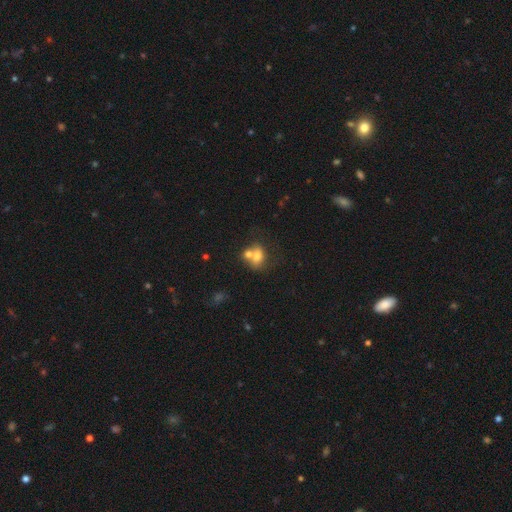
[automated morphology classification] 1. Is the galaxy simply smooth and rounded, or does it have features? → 70% smooth, 20% featured or disk, 11% star or artifact.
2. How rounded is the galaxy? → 55% in between, 43% round, 1% cigar-shaped.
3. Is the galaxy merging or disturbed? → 56% merger, 28% none, 10% minor disturbance, 6% major disturbance.